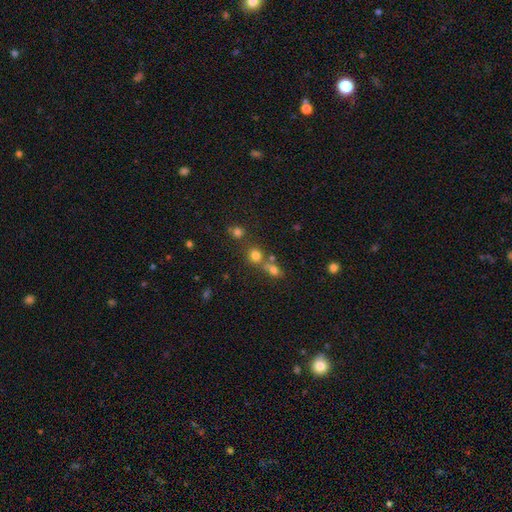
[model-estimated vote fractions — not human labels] smooth-or-featured: smooth: 73% | star or artifact: 18% | featured or disk: 9%
  how-rounded: round: 80% | in between: 18% | cigar-shaped: 2%
  merging: none: 57% | merger: 29% | minor disturbance: 9% | major disturbance: 5%